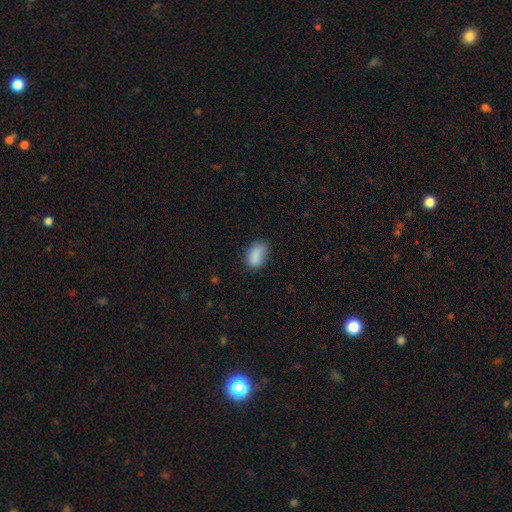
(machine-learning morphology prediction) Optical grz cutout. It shows a smooth galaxy with no disk features (87%) that is in between round and cigar-shaped (91%). Merging: none (72%).